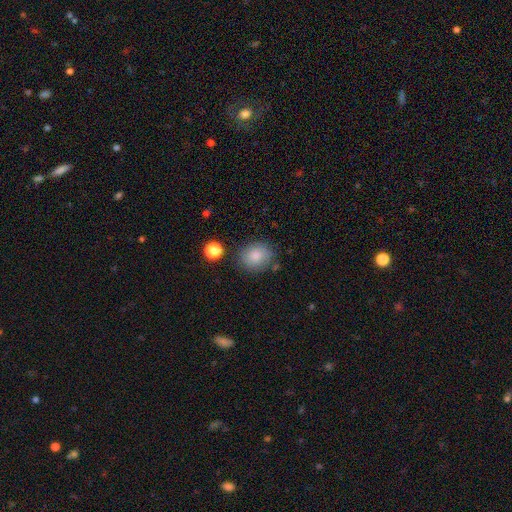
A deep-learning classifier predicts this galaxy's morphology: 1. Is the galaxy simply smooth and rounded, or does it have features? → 83% smooth, 9% star or artifact, 8% featured or disk.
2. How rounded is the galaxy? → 71% round, 28% in between, 1% cigar-shaped.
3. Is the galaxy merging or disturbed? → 77% none, 14% minor disturbance, 5% merger, 4% major disturbance.